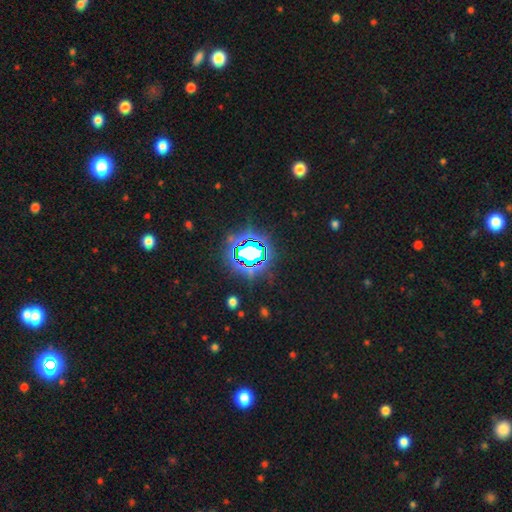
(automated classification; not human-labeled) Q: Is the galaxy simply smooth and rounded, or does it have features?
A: star or artifact — 75%.